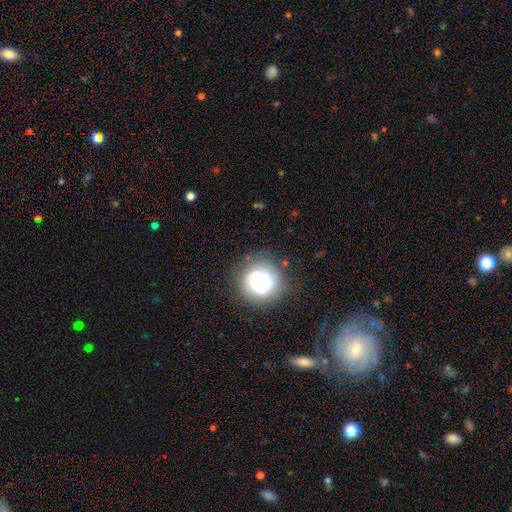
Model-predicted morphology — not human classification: Smooth or featured? Predicted: smooth (p=0.37, tied with star or artifact). Merging? Predicted: none (p=0.82).